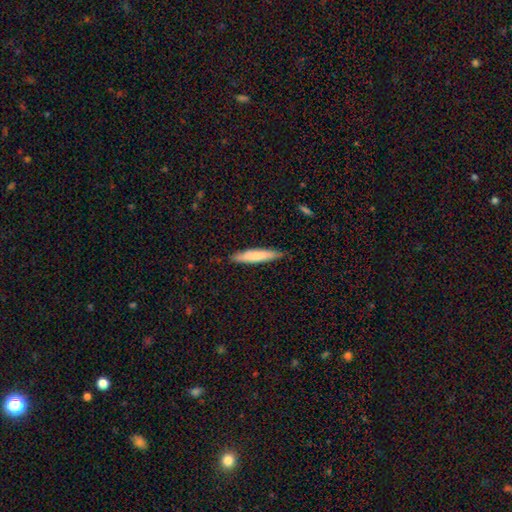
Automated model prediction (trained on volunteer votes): Overall: smooth (75%). How rounded: cigar-shaped (88%). Merging: none (86%).